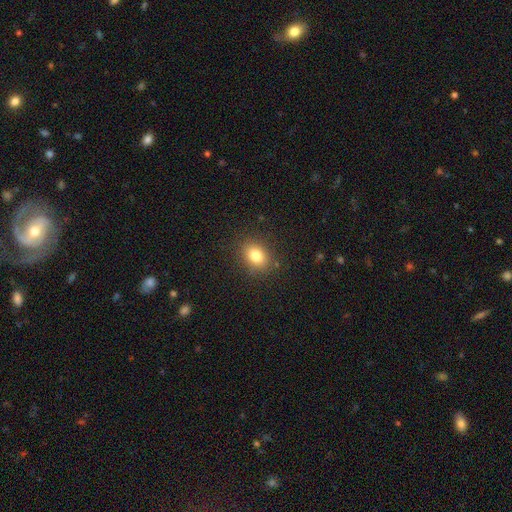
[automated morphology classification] Smooth or featured?
  - smooth: 80% *
  - star or artifact: 11%
  - featured or disk: 8%
How rounded?
  - in between: 59% *
  - round: 40%
  - cigar-shaped: 1%
Merging?
  - none: 86% *
  - minor disturbance: 9%
  - major disturbance: 3%
  - merger: 1%